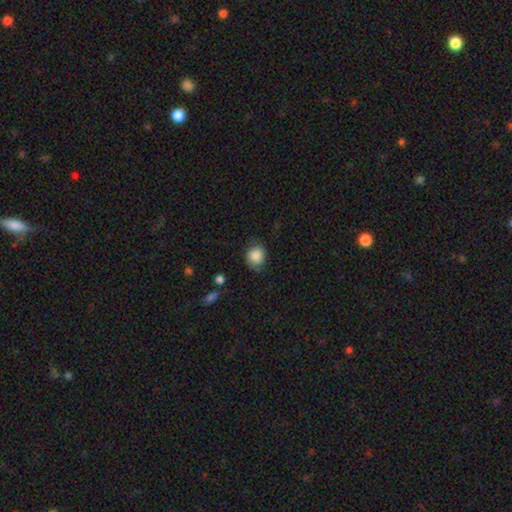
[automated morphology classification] type=smooth (83%); roundness=round (73%); merging=none (64%).